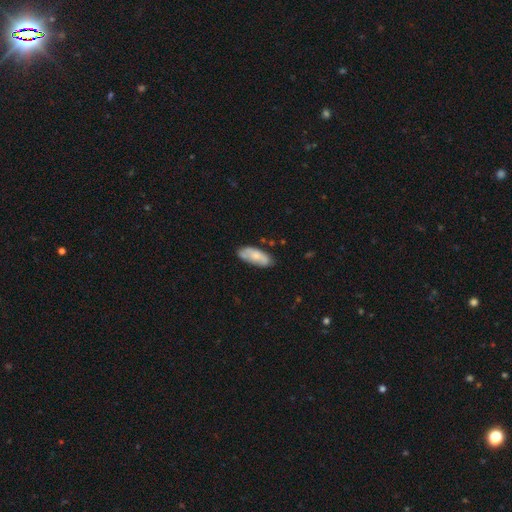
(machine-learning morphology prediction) smooth-or-featured: smooth: 68% | featured or disk: 26% | star or artifact: 6%
  how-rounded: in between: 82% | cigar-shaped: 16% | round: 2%
  merging: none: 70% | minor disturbance: 22% | major disturbance: 5% | merger: 4%